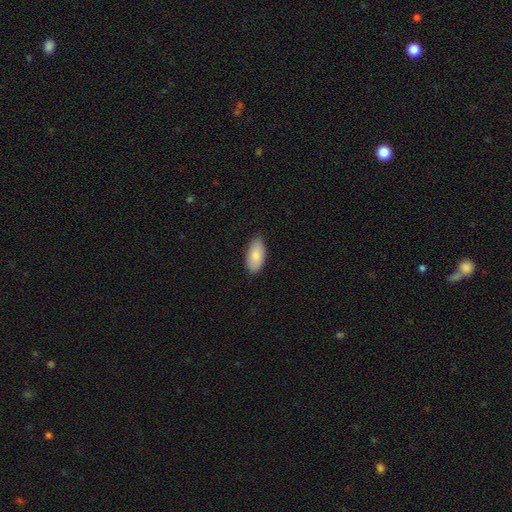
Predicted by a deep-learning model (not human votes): smooth-or-featured: smooth: 86% | featured or disk: 8% | star or artifact: 6%
  how-rounded: in between: 94% | cigar-shaped: 4% | round: 2%
  merging: none: 86% | minor disturbance: 11% | major disturbance: 2% | merger: 1%